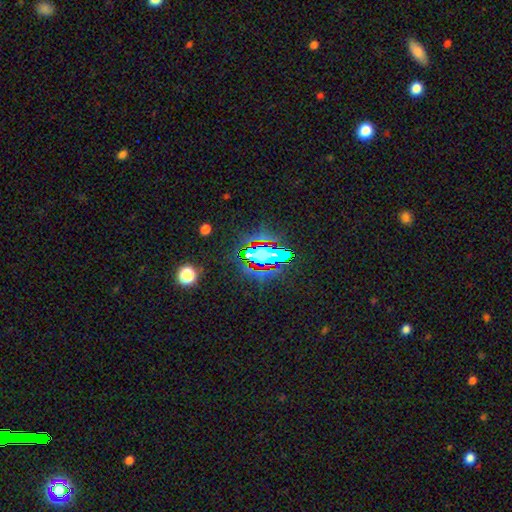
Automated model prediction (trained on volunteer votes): star or artifact 61%, smooth 26%, featured or disk 14%.